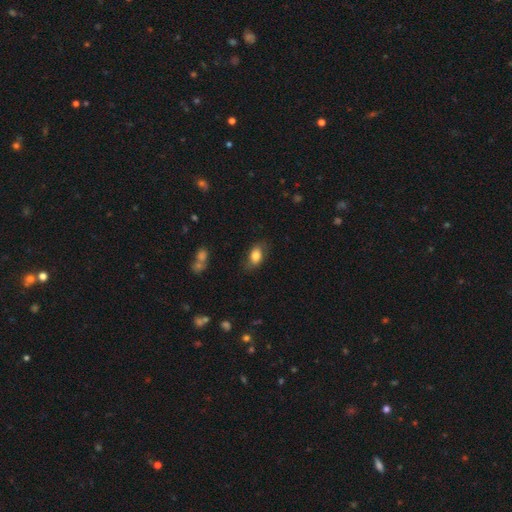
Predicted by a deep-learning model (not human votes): Smooth or featured? Predicted: smooth (p=0.80). How rounded? Predicted: in between (p=0.88). Merging? Predicted: none (p=0.74).